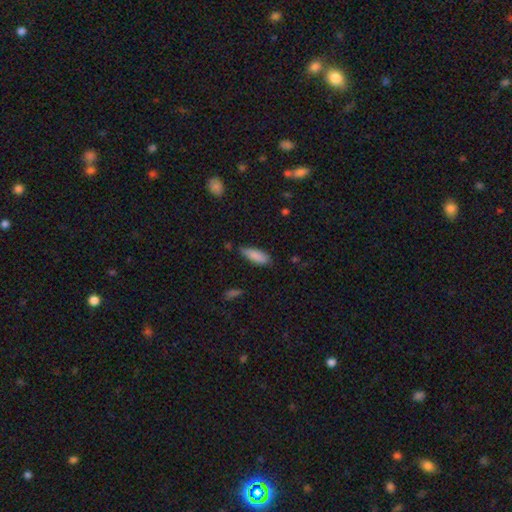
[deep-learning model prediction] smooth_or_featured: smooth (p=0.86) [alt: featured or disk p=0.07]
how_rounded: in between (p=0.70) [alt: cigar-shaped p=0.28]
merging: none (p=0.65) [alt: minor disturbance p=0.28]